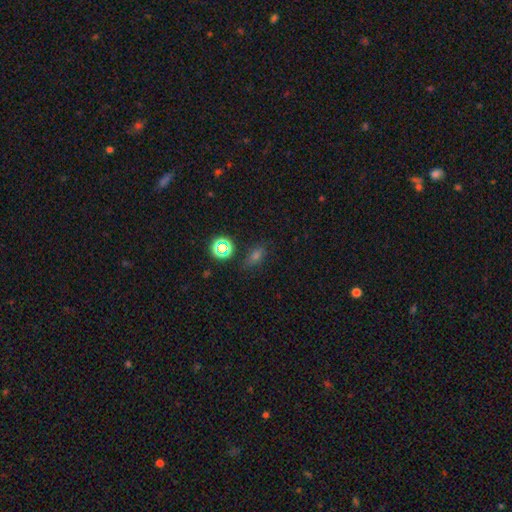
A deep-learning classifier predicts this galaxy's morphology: Overall: smooth (54%; star or artifact 35%). How rounded: in between (66%; round 27%). Merging: none (77%).